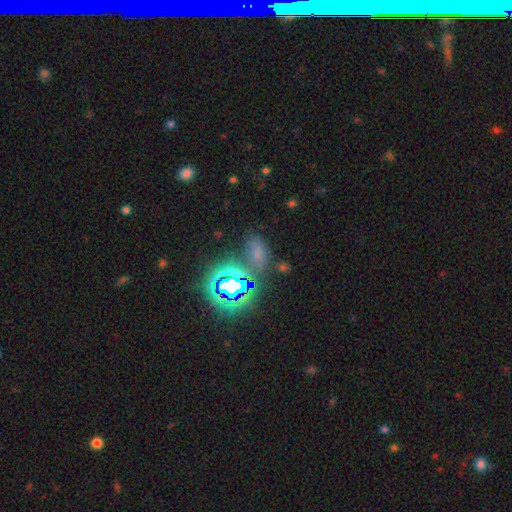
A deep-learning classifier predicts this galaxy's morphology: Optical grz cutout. It shows a star or artifact, not a galaxy (53%).